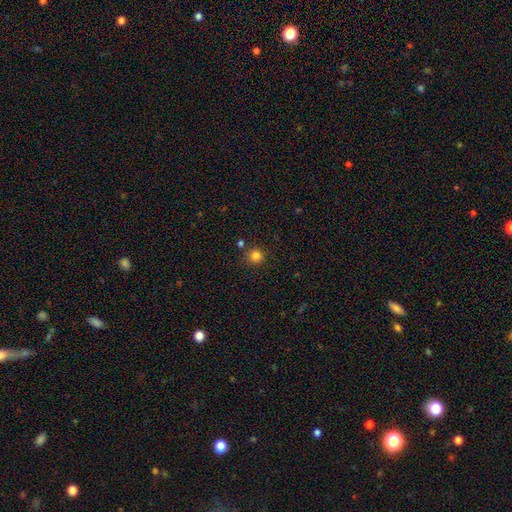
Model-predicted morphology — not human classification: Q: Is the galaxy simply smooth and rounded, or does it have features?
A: smooth — 82%.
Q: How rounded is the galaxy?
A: round — 93%.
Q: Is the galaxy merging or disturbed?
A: none — 83%.